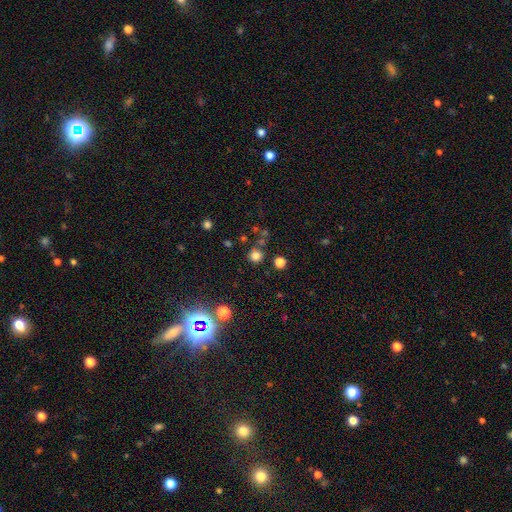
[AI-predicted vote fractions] Smooth or featured: smooth — 76% (star or artifact — 18%)
How rounded: round — 91% (in between — 8%)
Merging: none — 78% (merger — 9%)